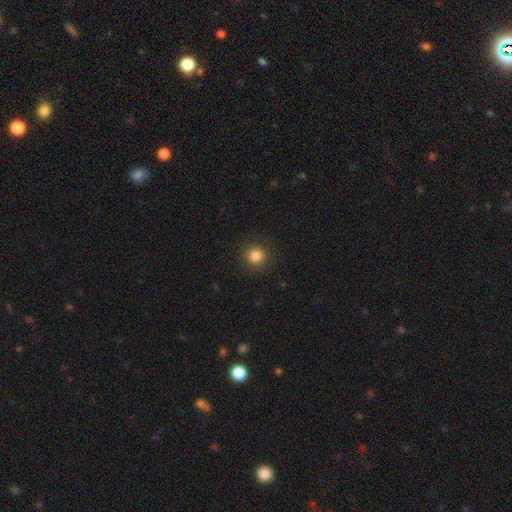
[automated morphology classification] This appears to be a smooth galaxy with no disk features (84%) that is round (92%). Merging: none (88%).